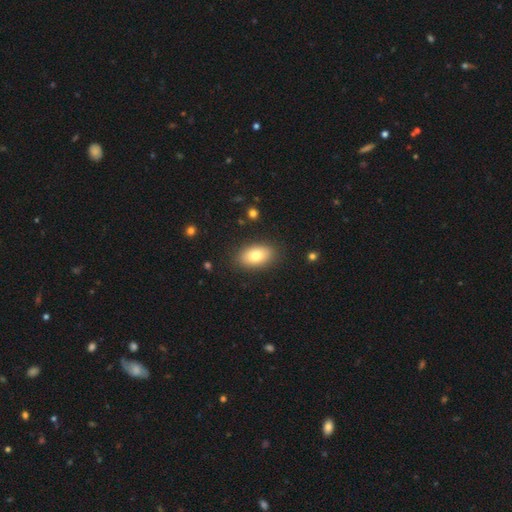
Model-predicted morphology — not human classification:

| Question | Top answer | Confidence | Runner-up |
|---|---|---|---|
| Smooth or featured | smooth | 78% | featured or disk (15%) |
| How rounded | in between | 90% | round (8%) |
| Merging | none | 87% | minor disturbance (9%) |